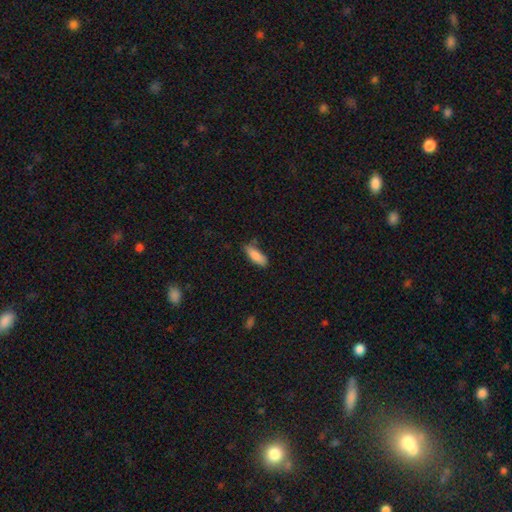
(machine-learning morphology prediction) Smooth or featured: smooth — 85% (featured or disk — 8%)
How rounded: in between — 64% (cigar-shaped — 34%)
Merging: none — 66% (minor disturbance — 26%)